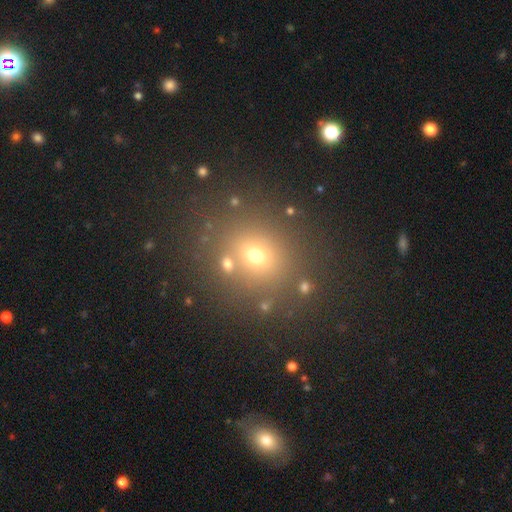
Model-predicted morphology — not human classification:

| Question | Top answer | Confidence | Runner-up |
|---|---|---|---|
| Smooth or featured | smooth | 64% | star or artifact (24%) |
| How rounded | round | 75% | in between (24%) |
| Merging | none | 78% | minor disturbance (10%) |